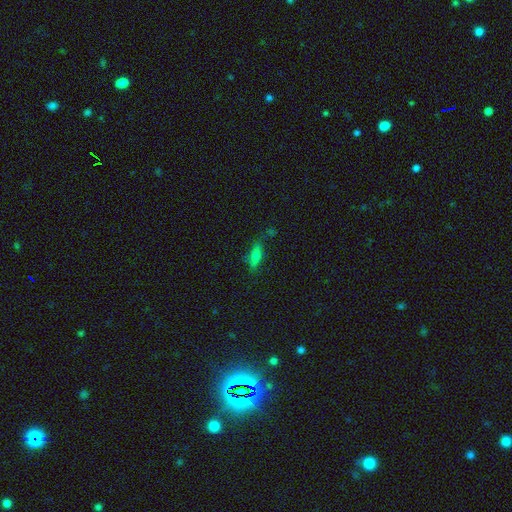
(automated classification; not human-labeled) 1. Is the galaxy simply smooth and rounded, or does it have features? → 62% smooth, 25% featured or disk, 13% star or artifact.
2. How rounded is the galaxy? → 52% in between, 44% cigar-shaped, 4% round.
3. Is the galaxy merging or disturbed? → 63% none, 22% minor disturbance, 8% major disturbance, 7% merger.